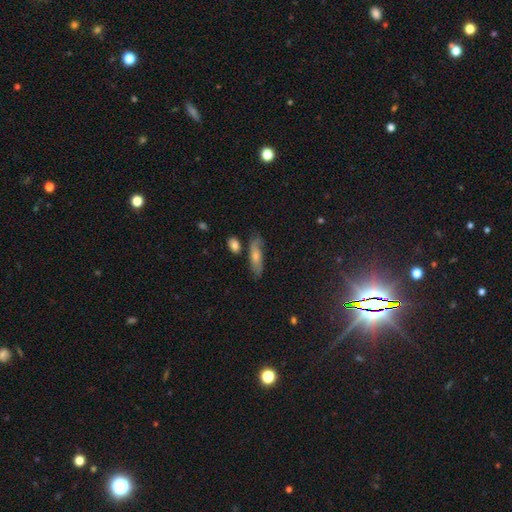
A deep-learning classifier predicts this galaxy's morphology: Smooth or featured? Predicted: smooth (p=0.65). How rounded? Predicted: in between (p=0.52). Merging? Predicted: none (p=0.66).